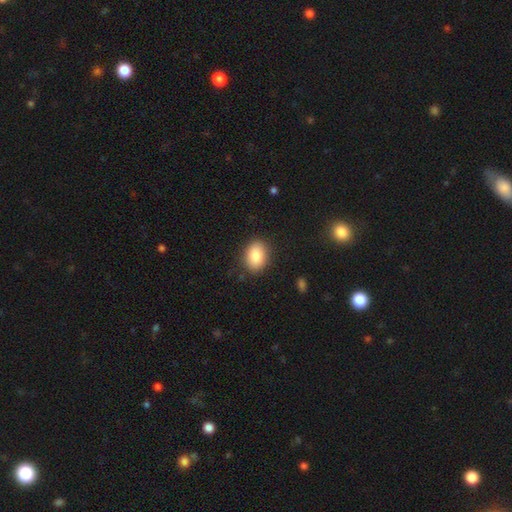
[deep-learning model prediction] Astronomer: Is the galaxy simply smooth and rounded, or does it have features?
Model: smooth — 86%.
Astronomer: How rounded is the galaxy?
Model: in between — 75%.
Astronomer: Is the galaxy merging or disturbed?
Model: none — 87%.